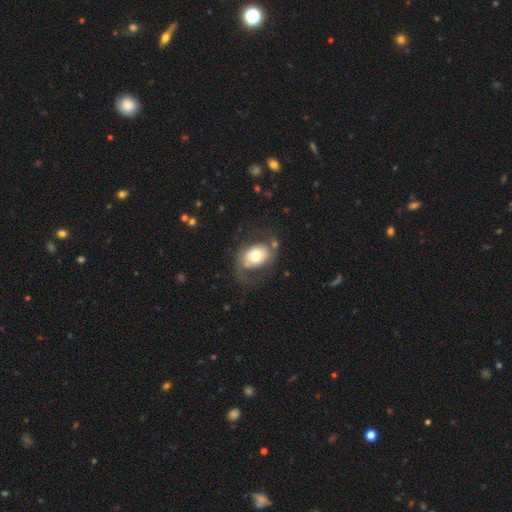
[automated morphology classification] Smooth or featured: smooth — 47% (featured or disk — 46%)
Merging: none — 55% (minor disturbance — 22%)